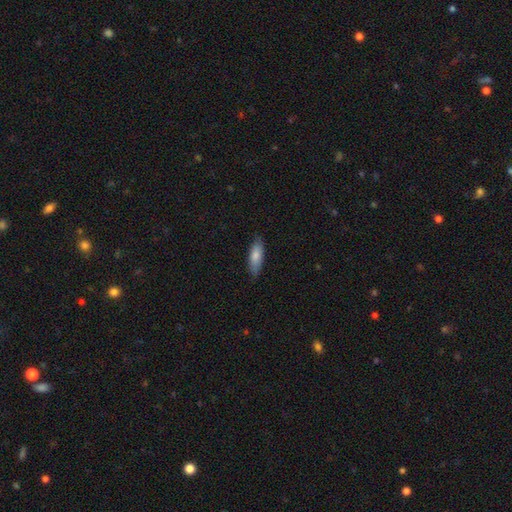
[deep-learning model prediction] smooth 80%, featured or disk 15%, star or artifact 6%. Down the decision tree: how rounded — in between (58%); merging — none (83%).